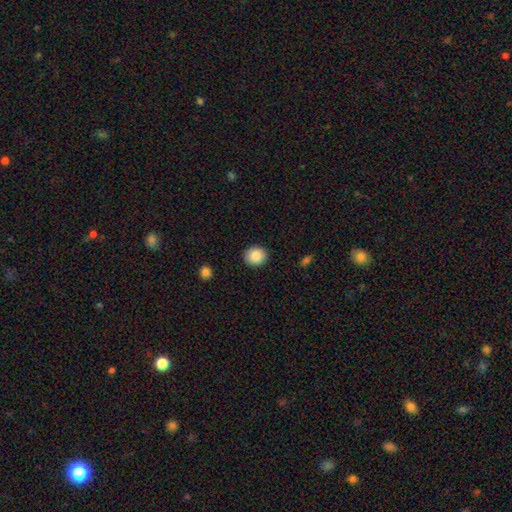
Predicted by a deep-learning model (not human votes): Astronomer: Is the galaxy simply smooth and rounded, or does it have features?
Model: smooth — 88%.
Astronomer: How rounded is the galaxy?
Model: round — 75%.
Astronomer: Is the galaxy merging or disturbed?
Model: none — 91%.